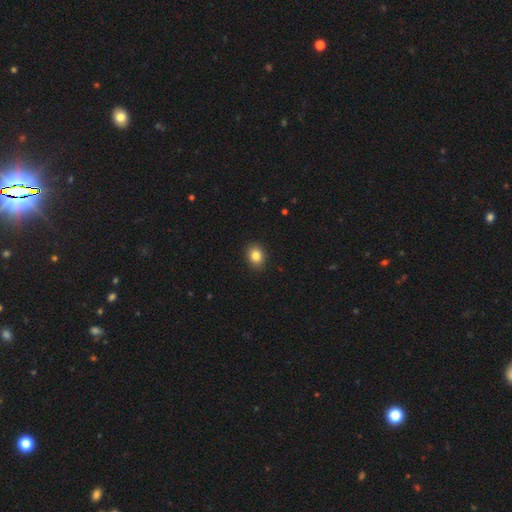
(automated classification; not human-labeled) Smooth or featured: smooth — 84% (star or artifact — 10%)
How rounded: round — 54% (in between — 46%)
Merging: none — 90% (minor disturbance — 7%)